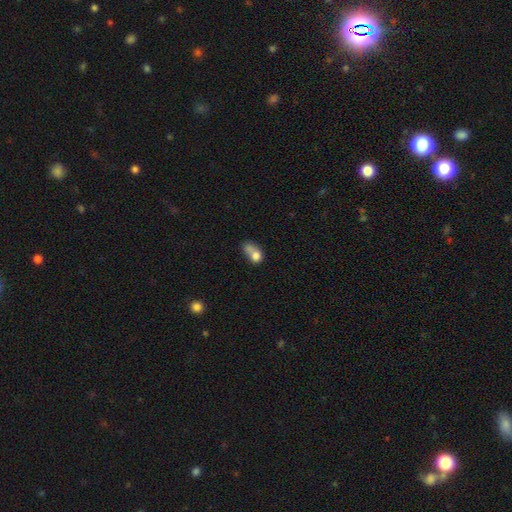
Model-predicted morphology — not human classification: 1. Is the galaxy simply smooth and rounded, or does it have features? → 72% smooth, 17% featured or disk, 10% star or artifact.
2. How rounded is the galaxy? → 57% in between, 40% round, 2% cigar-shaped.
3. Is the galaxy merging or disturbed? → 52% merger, 21% none, 14% minor disturbance, 13% major disturbance.